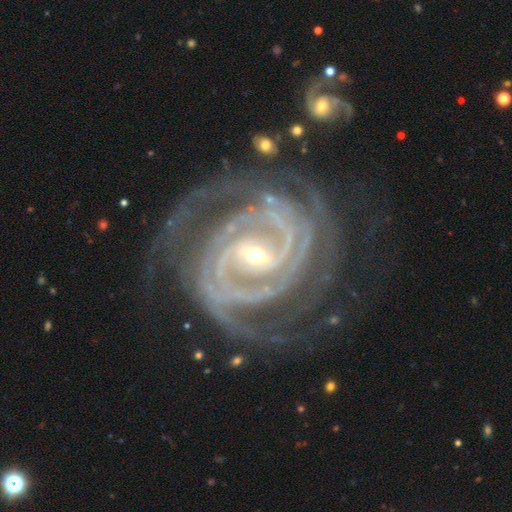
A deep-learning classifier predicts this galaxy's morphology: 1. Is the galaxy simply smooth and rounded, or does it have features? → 93% featured or disk, 4% star or artifact, 2% smooth.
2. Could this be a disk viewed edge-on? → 97% no, 3% yes.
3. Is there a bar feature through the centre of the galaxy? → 42% strong, 39% weak, 19% no.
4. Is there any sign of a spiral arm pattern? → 98% yes, 2% no.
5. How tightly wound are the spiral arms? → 74% tight, 22% medium, 4% loose.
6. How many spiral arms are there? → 28% 2, 22% 3, 17% 4, 16% can't tell, 10% more than 4, 8% 1.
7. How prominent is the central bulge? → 49% small, 47% moderate, 2% large, 1% none, 1% dominant.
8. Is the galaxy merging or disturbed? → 70% none, 17% minor disturbance, 11% major disturbance, 2% merger.